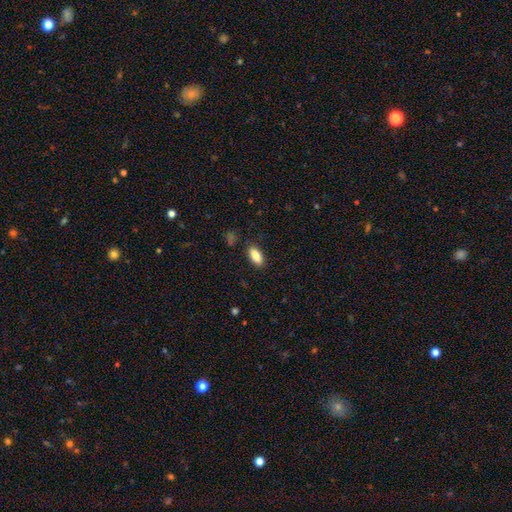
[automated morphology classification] A smooth galaxy with no disk features (86%) that is in between round and cigar-shaped (85%). Merging: none (87%).